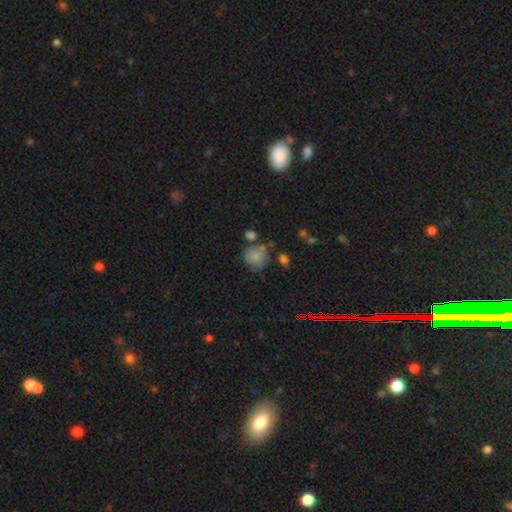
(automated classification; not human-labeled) This appears to be a smooth galaxy with no disk features (80%) that is round (81%). Merging: none (55%).